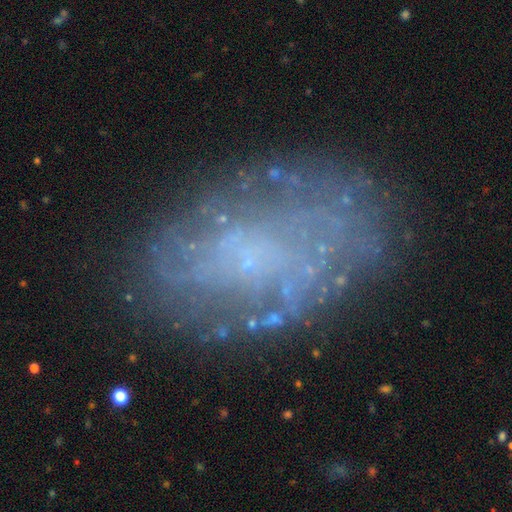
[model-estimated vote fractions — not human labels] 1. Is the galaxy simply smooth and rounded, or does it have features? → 63% featured or disk, 24% smooth, 13% star or artifact.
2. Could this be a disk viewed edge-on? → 96% no, 4% yes.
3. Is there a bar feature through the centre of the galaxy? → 86% no, 11% weak, 3% strong.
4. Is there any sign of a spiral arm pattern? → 51% no, 49% yes.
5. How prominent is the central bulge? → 49% small, 42% none, 6% moderate, 2% large, 1% dominant.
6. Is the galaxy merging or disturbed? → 74% none, 16% minor disturbance, 8% major disturbance, 2% merger.